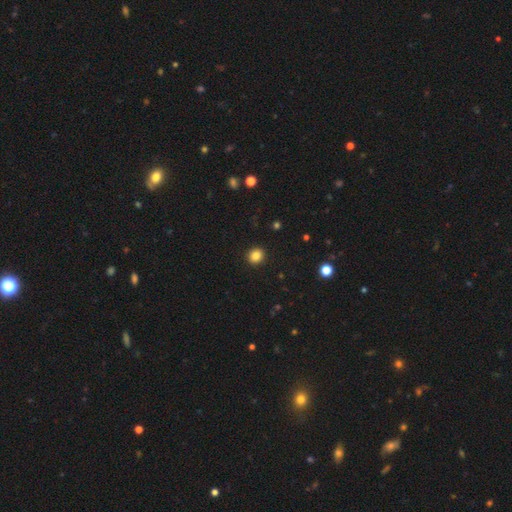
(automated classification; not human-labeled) This appears to be a smooth galaxy with no disk features (85%) that is round (86%). Merging: none (92%).